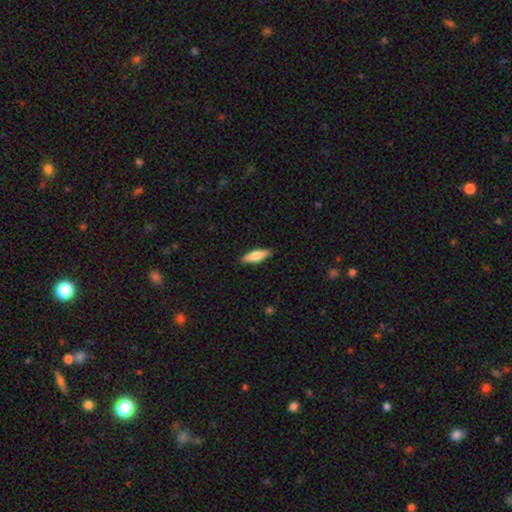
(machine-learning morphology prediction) Smooth or featured?
  - smooth: 74% *
  - featured or disk: 20%
  - star or artifact: 6%
How rounded?
  - cigar-shaped: 56% *
  - in between: 43%
  - round: 2%
Merging?
  - none: 89% *
  - minor disturbance: 8%
  - major disturbance: 2%
  - merger: 1%